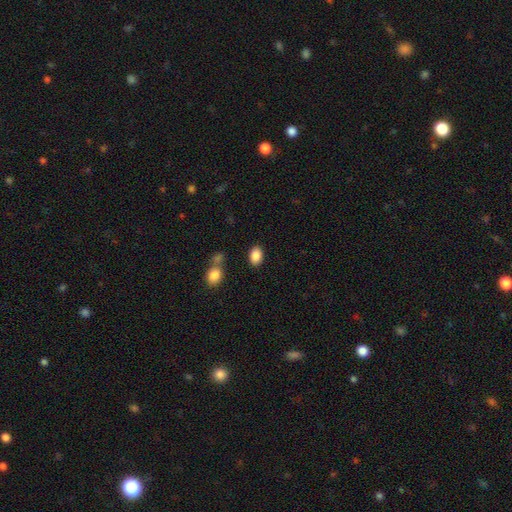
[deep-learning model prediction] smooth_or_featured: smooth (p=0.88) [alt: star or artifact p=0.08]
how_rounded: in between (p=0.82) [alt: round p=0.17]
merging: none (p=0.82) [alt: minor disturbance p=0.10]